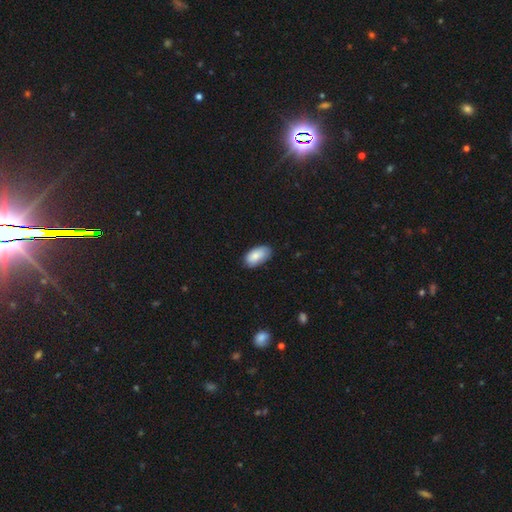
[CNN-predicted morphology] smooth 85%, featured or disk 8%, star or artifact 6%. Down the decision tree: how rounded — in between (95%); merging — none (76%).